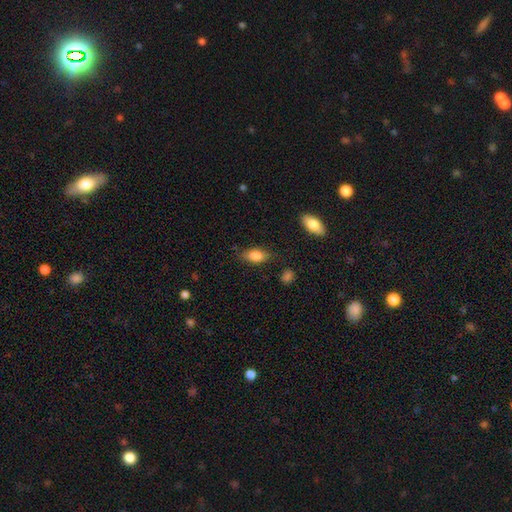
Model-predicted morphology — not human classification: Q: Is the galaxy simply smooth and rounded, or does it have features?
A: smooth — 82%.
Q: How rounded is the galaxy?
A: in between — 87%.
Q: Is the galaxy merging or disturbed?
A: none — 78%.